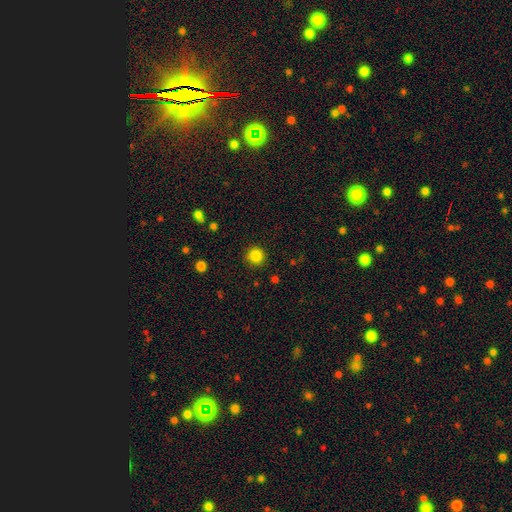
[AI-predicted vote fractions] Smooth or featured?
  - smooth: 85% *
  - star or artifact: 12%
  - featured or disk: 4%
How rounded?
  - round: 94% *
  - in between: 5%
  - cigar-shaped: 1%
Merging?
  - none: 90% *
  - minor disturbance: 6%
  - major disturbance: 2%
  - merger: 1%